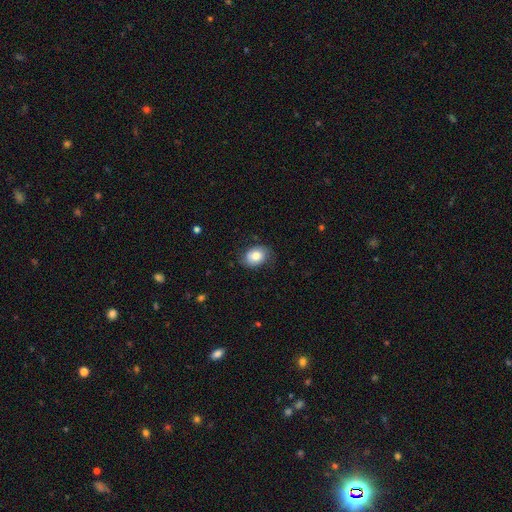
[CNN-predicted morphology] The model was most divided on "how rounded": in between: 66%, round: 33%, cigar-shaped: 1%. More confident: smooth or featured — smooth (78%); merging — none (76%).